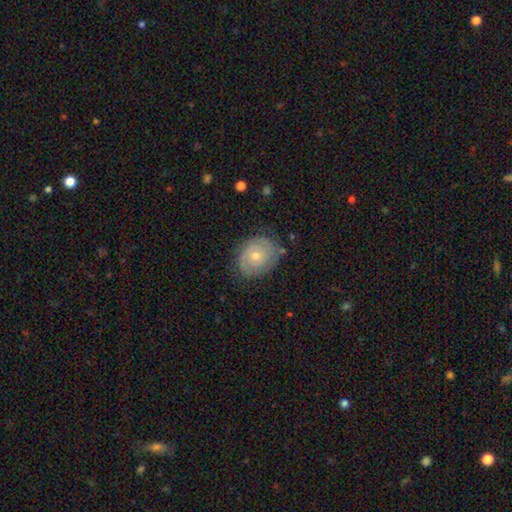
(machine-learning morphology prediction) A featured or disk galaxy (68%) with no bar (81%), 2 (44%) tight (71%) spiral arms (83%) and a small central bulge (51%). Merging: none (77%).